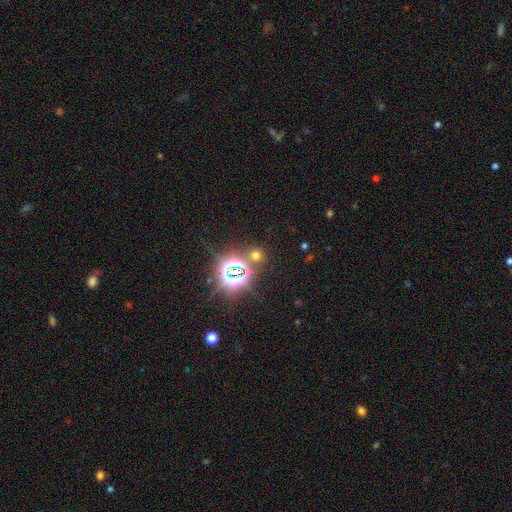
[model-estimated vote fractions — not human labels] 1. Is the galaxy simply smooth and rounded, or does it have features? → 47% smooth, 46% star or artifact, 7% featured or disk.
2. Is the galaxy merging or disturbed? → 79% none, 9% merger, 8% minor disturbance, 4% major disturbance.